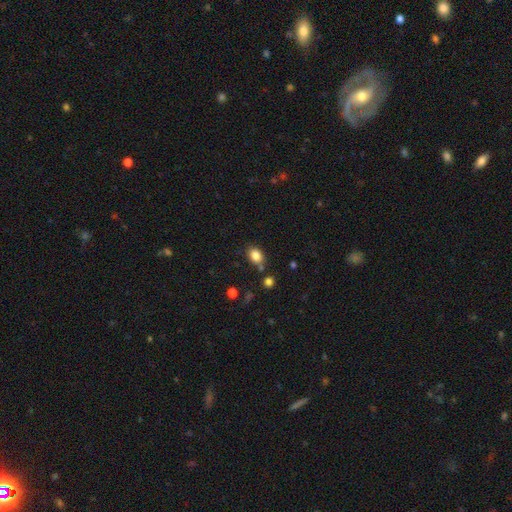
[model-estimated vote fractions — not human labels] Smooth or featured? Predicted: smooth (p=0.84). How rounded? Predicted: in between (p=0.72). Merging? Predicted: none (p=0.75).